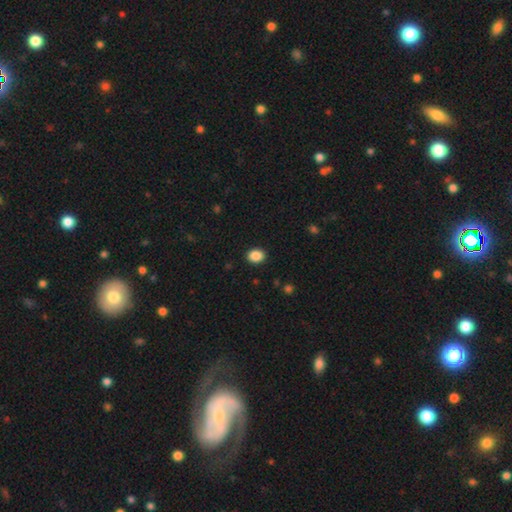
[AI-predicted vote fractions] Morphology: type=smooth (88%); roundness=in between (56%); merging=none (90%).